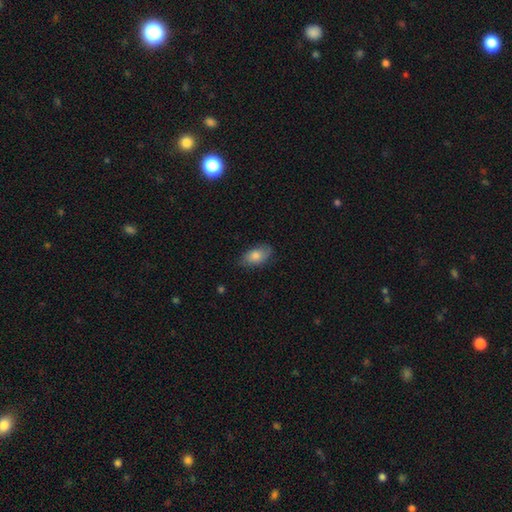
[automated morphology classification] Smooth or featured: smooth — 79% (featured or disk — 14%)
How rounded: in between — 92% (round — 5%)
Merging: none — 79% (minor disturbance — 17%)